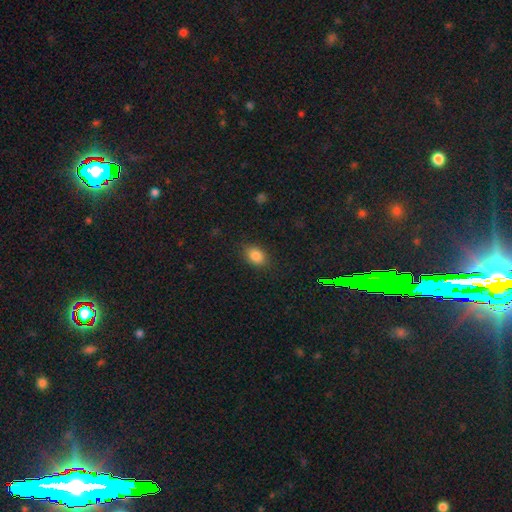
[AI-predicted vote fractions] A smooth galaxy with no disk features (85%) that is in between round and cigar-shaped (71%).

Vote fractions:
- Smooth or featured? smooth: 85% / star or artifact: 10% / featured or disk: 5%
- How rounded? in between: 71% / round: 27% / cigar-shaped: 1%
- Merging? none: 84% / minor disturbance: 12% / major disturbance: 3% / merger: 1%